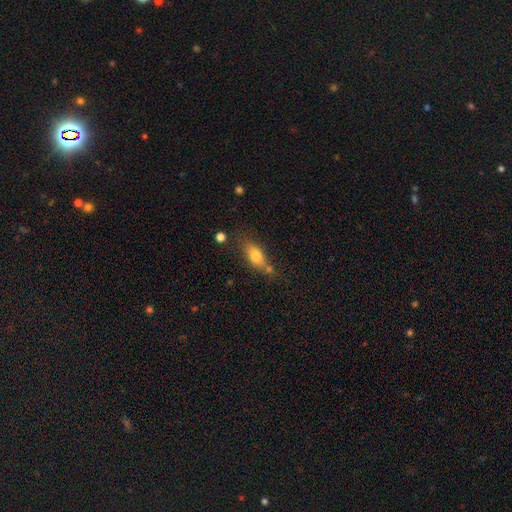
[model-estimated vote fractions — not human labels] A smooth galaxy with no disk features (75%) that is in between round and cigar-shaped (77%). Merging: none (59%).